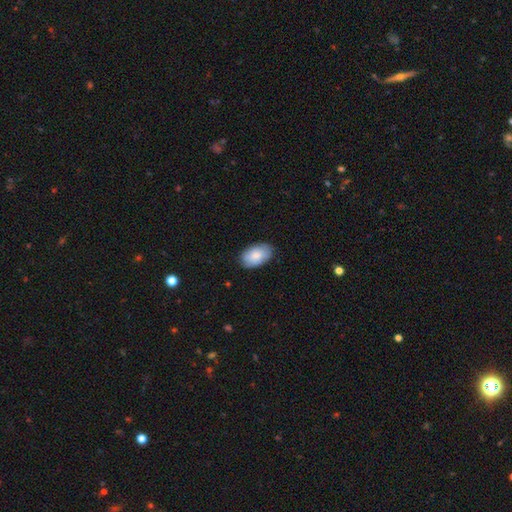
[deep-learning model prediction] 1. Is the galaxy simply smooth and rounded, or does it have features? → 79% smooth, 15% featured or disk, 6% star or artifact.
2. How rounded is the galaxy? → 92% in between, 6% round, 1% cigar-shaped.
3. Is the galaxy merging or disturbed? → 82% none, 15% minor disturbance, 2% major disturbance, 1% merger.